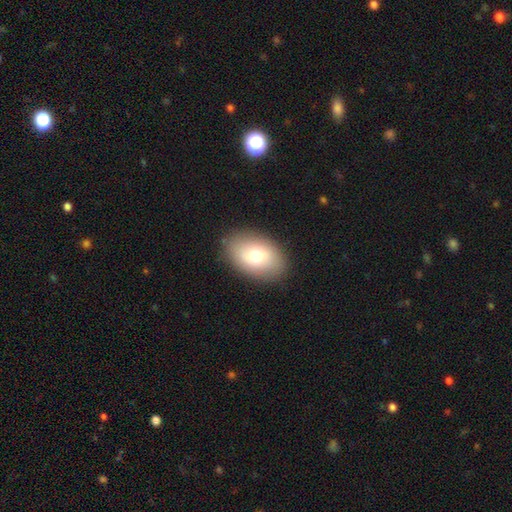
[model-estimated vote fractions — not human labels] A smooth galaxy with no disk features (74%) that is in between round and cigar-shaped (88%). Merging: none (86%).